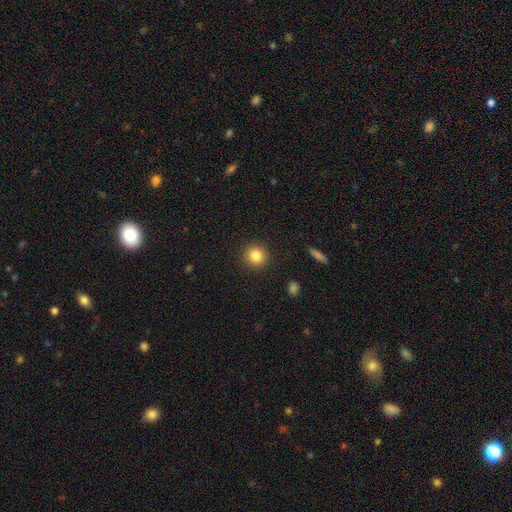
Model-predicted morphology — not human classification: Smooth or featured? Predicted: smooth (p=0.85). How rounded? Predicted: round (p=0.92). Merging? Predicted: none (p=0.91).